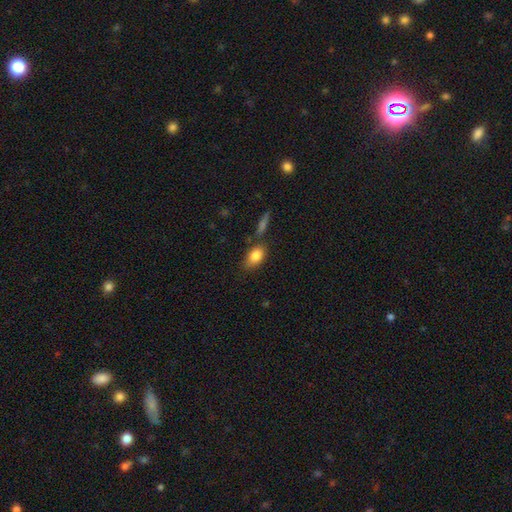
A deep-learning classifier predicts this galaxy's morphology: The model was most divided on "merging": none: 67%, minor disturbance: 16%, merger: 12%, major disturbance: 4%. More confident: how rounded — in between (85%); smooth or featured — smooth (82%).